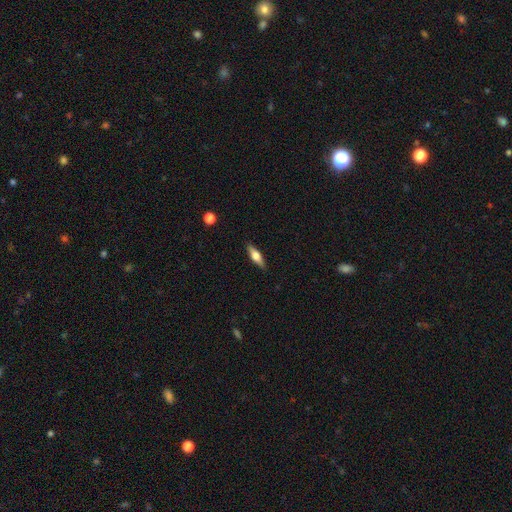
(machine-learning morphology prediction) Overall: smooth (50%; featured or disk 44%). Merging: none (89%).